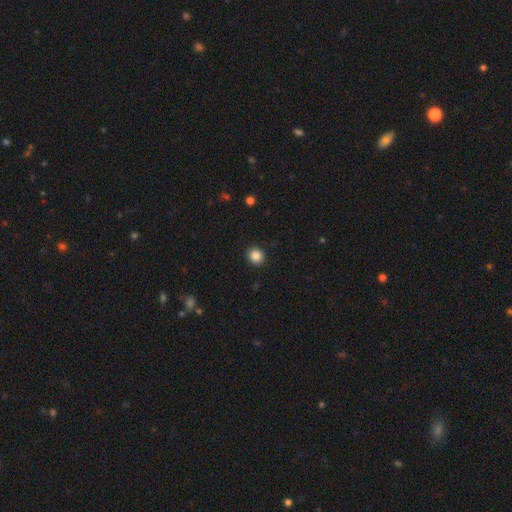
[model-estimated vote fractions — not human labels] Smooth or featured: smooth — 86% (star or artifact — 10%)
How rounded: round — 86% (in between — 14%)
Merging: none — 92% (minor disturbance — 5%)